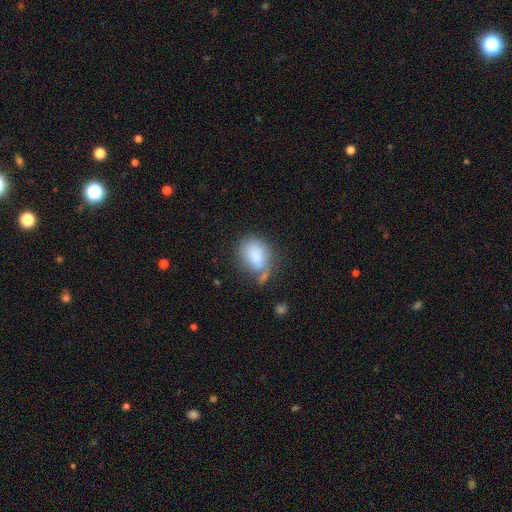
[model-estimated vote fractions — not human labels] Smooth or featured?
  - smooth: 81% *
  - featured or disk: 11%
  - star or artifact: 8%
How rounded?
  - in between: 72% *
  - round: 26%
  - cigar-shaped: 2%
Merging?
  - none: 46% *
  - minor disturbance: 25%
  - merger: 16%
  - major disturbance: 13%